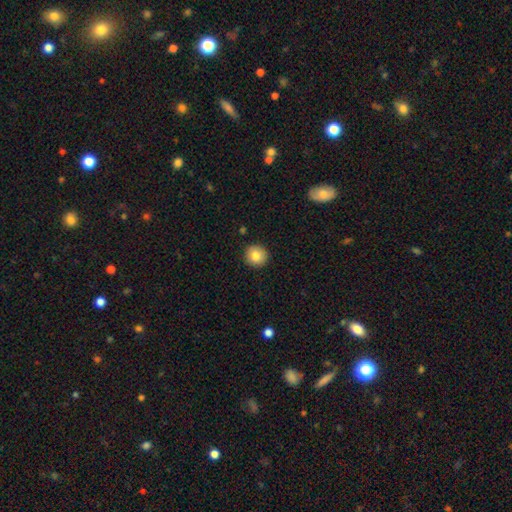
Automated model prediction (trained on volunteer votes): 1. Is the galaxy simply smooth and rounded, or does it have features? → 82% smooth, 9% featured or disk, 9% star or artifact.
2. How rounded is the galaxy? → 94% round, 5% in between, 1% cigar-shaped.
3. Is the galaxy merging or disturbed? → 92% none, 6% minor disturbance, 2% major disturbance, 1% merger.